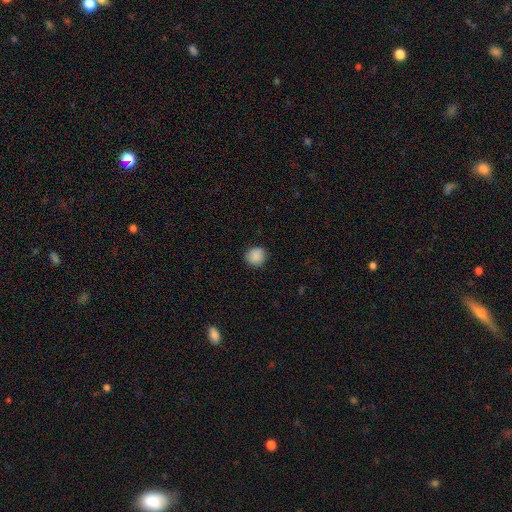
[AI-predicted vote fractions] smooth_or_featured: smooth (p=0.88) [alt: star or artifact p=0.09]
how_rounded: round (p=0.89) [alt: in between p=0.10]
merging: none (p=0.87) [alt: minor disturbance p=0.10]